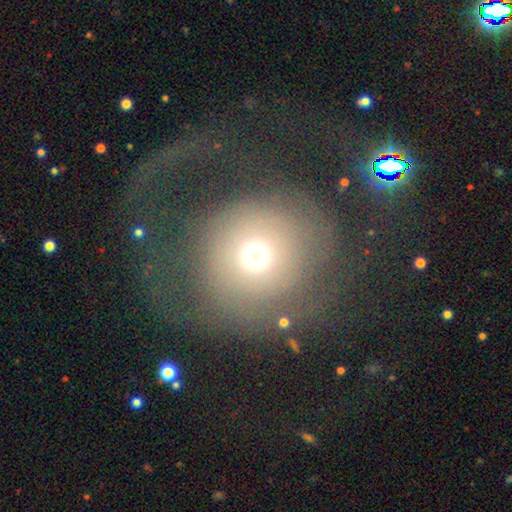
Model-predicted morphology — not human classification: Smooth or featured: smooth — 55% (featured or disk — 32%)
How rounded: round — 91% (in between — 8%)
Merging: major disturbance — 49% (none — 36%)